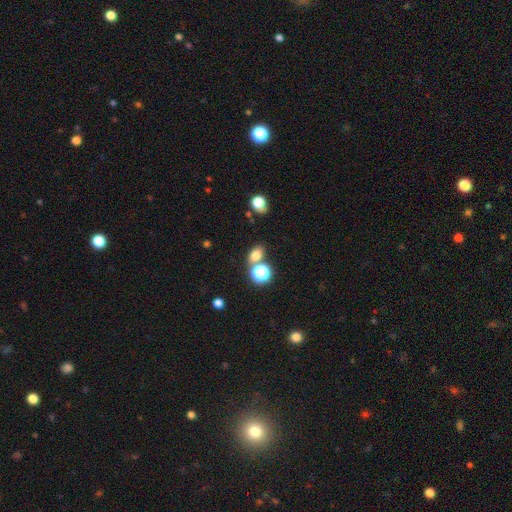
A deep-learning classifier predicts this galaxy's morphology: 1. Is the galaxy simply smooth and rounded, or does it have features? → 72% smooth, 20% star or artifact, 8% featured or disk.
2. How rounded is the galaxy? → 65% in between, 33% round, 2% cigar-shaped.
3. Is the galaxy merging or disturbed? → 67% none, 18% merger, 11% minor disturbance, 4% major disturbance.